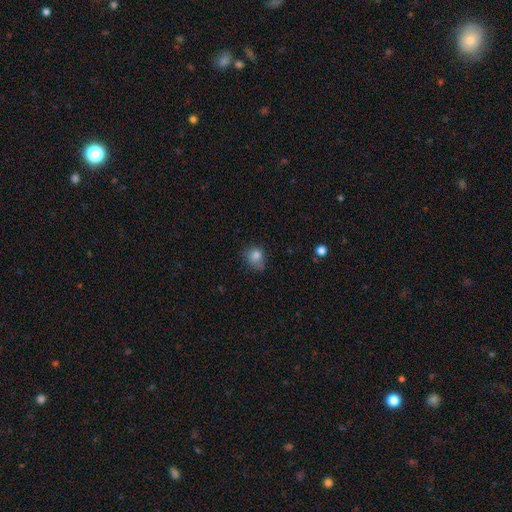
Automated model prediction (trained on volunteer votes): Smooth or featured: smooth — 81% (star or artifact — 11%)
How rounded: round — 66% (in between — 33%)
Merging: none — 53% (minor disturbance — 33%)